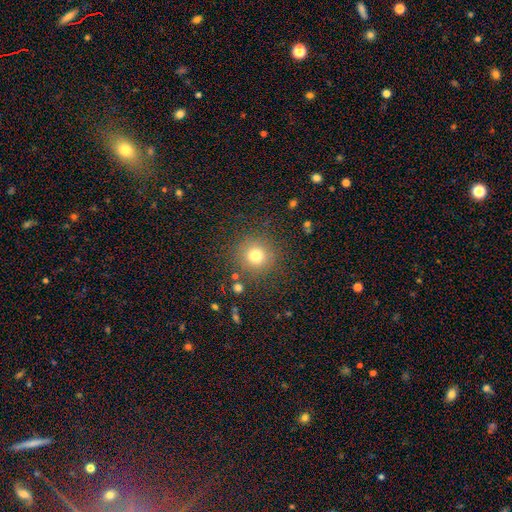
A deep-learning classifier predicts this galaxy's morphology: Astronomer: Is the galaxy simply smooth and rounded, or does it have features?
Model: smooth — 75%.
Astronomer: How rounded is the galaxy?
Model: round — 94%.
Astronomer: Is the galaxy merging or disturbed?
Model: none — 86%.